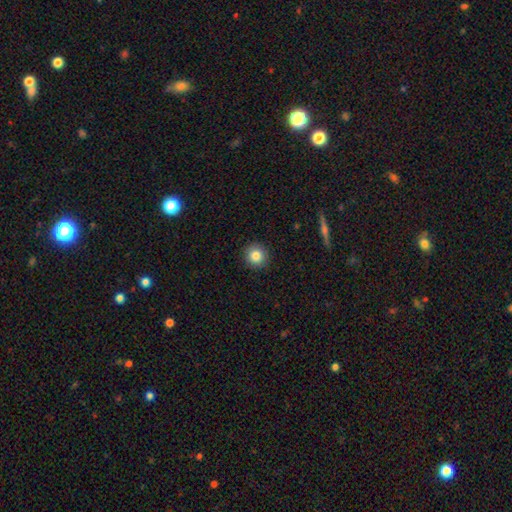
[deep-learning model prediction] Smooth or featured: smooth — 84% (star or artifact — 10%)
How rounded: round — 93% (in between — 6%)
Merging: none — 91% (minor disturbance — 6%)